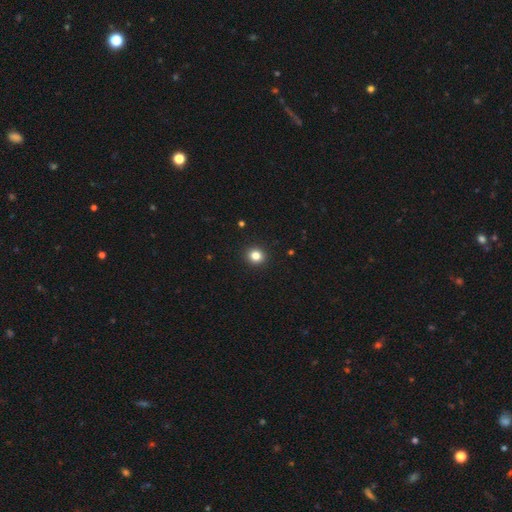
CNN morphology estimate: Smooth or featured?
  - smooth: 83% *
  - star or artifact: 12%
  - featured or disk: 5%
How rounded?
  - round: 87% *
  - in between: 12%
  - cigar-shaped: 1%
Merging?
  - none: 93% *
  - minor disturbance: 4%
  - major disturbance: 1%
  - merger: 1%